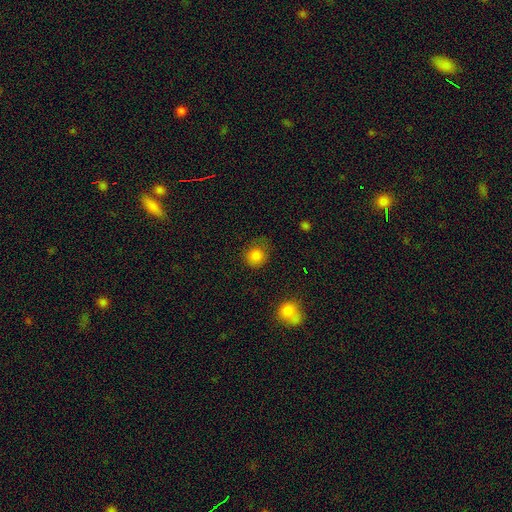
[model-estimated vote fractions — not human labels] A smooth galaxy with no disk features (83%) that is round (85%). Merging: none (68%).